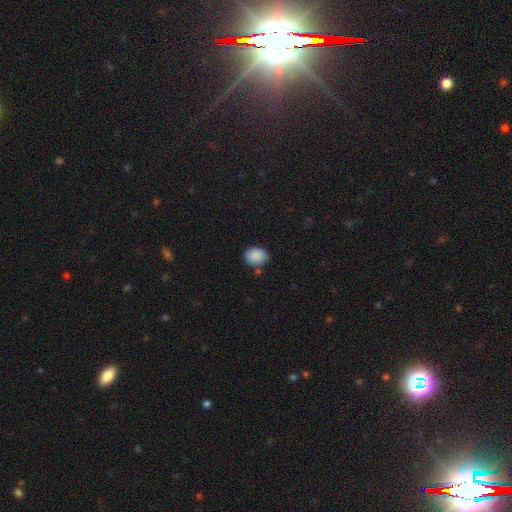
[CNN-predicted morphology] Smooth or featured?
  - smooth: 89% *
  - star or artifact: 8%
  - featured or disk: 4%
How rounded?
  - in between: 58% *
  - round: 41%
  - cigar-shaped: 1%
Merging?
  - none: 76% *
  - minor disturbance: 17%
  - merger: 4%
  - major disturbance: 3%